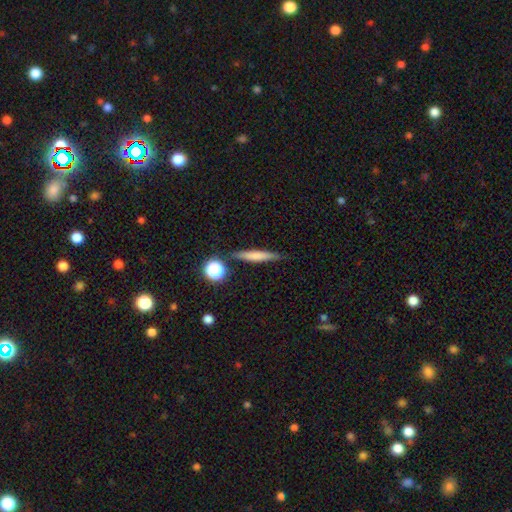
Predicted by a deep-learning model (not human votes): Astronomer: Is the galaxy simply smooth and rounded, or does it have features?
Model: smooth — 64%.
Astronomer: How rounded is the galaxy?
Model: cigar-shaped — 88%.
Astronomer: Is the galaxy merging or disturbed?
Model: none — 84%.